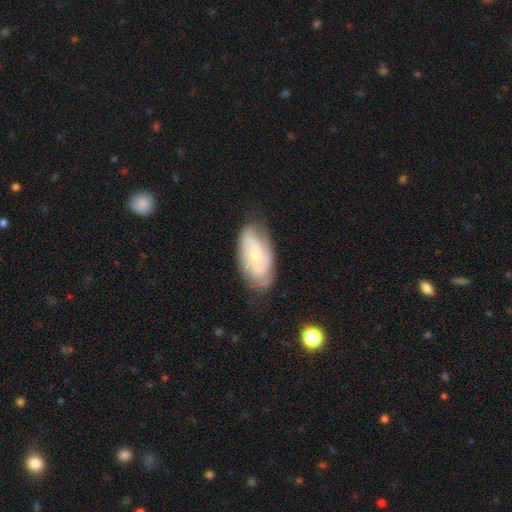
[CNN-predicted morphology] Smooth or featured?
  - featured or disk: 70% *
  - smooth: 24%
  - star or artifact: 6%
Edge-on disk?
  - no: 95% *
  - yes: 5%
Bar?
  - no: 60% *
  - weak: 33%
  - strong: 6%
Spiral arms?
  - yes: 91% *
  - no: 9%
Spiral winding?
  - tight: 48% *
  - medium: 39%
  - loose: 14%
Spiral arm count?
  - 2: 46% *
  - can't tell: 30%
  - 3: 13%
  - 4: 4%
  - 1: 3%
  - more than 4: 3%
Bulge size?
  - small: 61% *
  - moderate: 32%
  - none: 4%
  - large: 2%
  - dominant: 1%
Merging?
  - none: 72% *
  - minor disturbance: 21%
  - major disturbance: 6%
  - merger: 2%